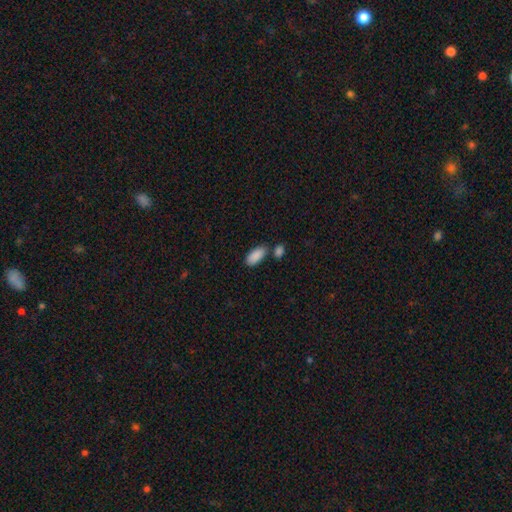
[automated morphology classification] smooth-or-featured: smooth: 89% | star or artifact: 6% | featured or disk: 4%
  how-rounded: in between: 91% | cigar-shaped: 7% | round: 2%
  merging: none: 66% | merger: 17% | minor disturbance: 13% | major disturbance: 3%